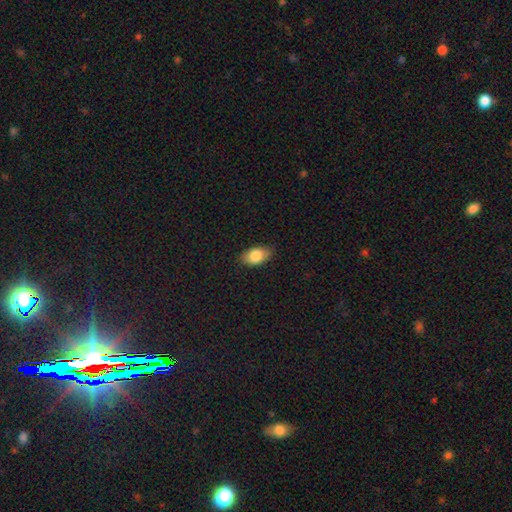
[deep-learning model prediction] Smooth or featured: smooth — 84% (featured or disk — 9%)
How rounded: in between — 91% (round — 7%)
Merging: none — 84% (minor disturbance — 13%)